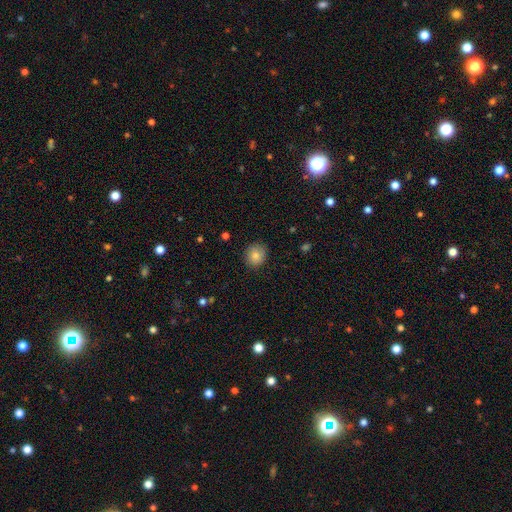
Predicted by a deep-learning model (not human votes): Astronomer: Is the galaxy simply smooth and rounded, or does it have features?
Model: smooth — 83%.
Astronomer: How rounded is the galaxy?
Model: round — 81%.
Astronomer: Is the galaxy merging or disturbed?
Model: none — 86%.